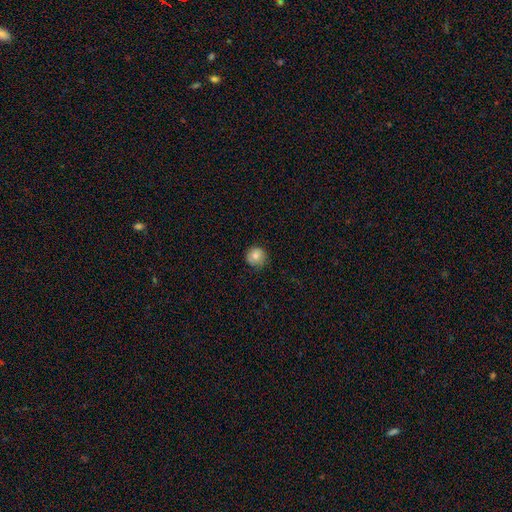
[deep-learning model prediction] smooth 81%, star or artifact 9%, featured or disk 9%. Down the decision tree: how rounded — round (94%); merging — none (83%).